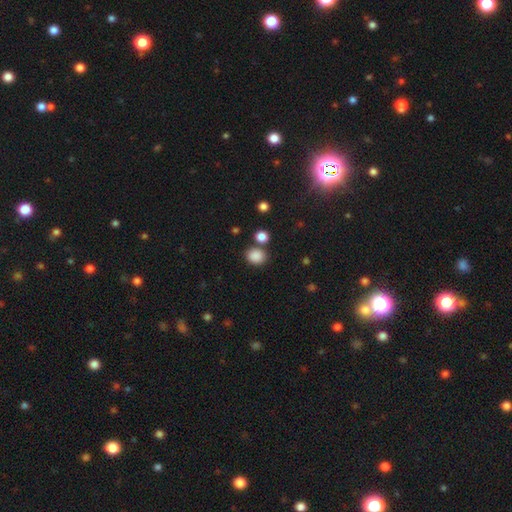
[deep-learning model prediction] This appears to be a smooth galaxy with no disk features (86%) that is round (63%). Merging: none (75%).